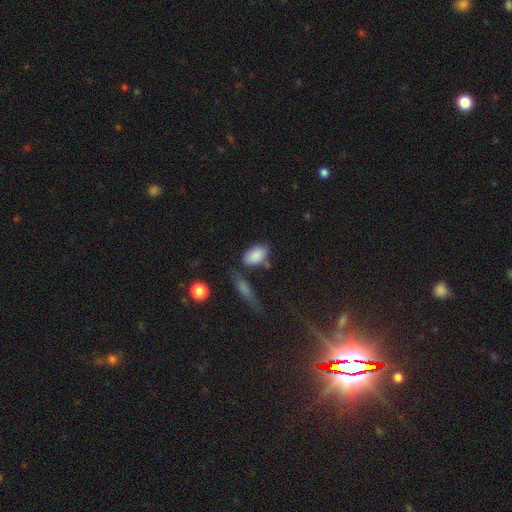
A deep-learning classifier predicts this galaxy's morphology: A smooth galaxy with no disk features (86%) that is in between round and cigar-shaped (92%). Merging: none (60%).